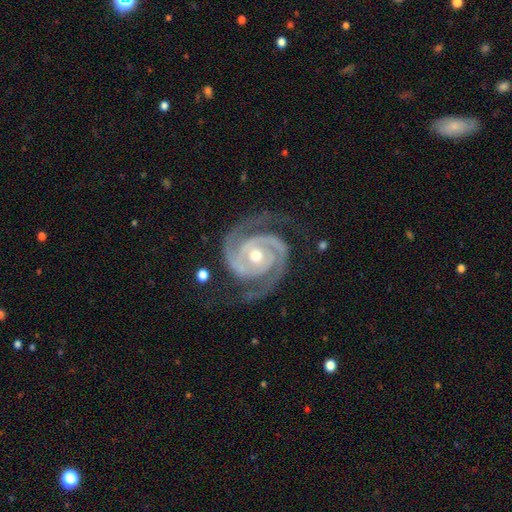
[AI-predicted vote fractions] Smooth or featured?
  - featured or disk: 94% *
  - star or artifact: 3%
  - smooth: 2%
Edge-on disk?
  - no: 98% *
  - yes: 2%
Bar?
  - no: 65% *
  - weak: 23%
  - strong: 11%
Spiral arms?
  - yes: 99% *
  - no: 1%
Spiral winding?
  - tight: 64% *
  - medium: 32%
  - loose: 4%
Spiral arm count?
  - 2: 90% *
  - 3: 4%
  - can't tell: 2%
  - 4: 1%
  - 1: 1%
  - more than 4: 1%
Bulge size?
  - moderate: 72% *
  - small: 22%
  - large: 4%
  - none: 1%
  - dominant: 1%
Merging?
  - none: 78% *
  - minor disturbance: 15%
  - major disturbance: 6%
  - merger: 1%